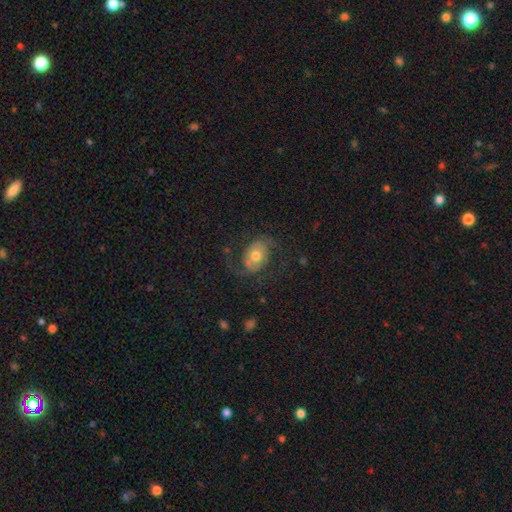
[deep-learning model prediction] Overall: featured or disk (65%; smooth 26%). Edge-on disk: no (96%). Bar: no (67%). Spiral arms: yes (82%). Spiral arm count: 2 (87%). Spiral winding: medium (44%; loose 42%). Bulge size: moderate (70%). Merging: none (64%).